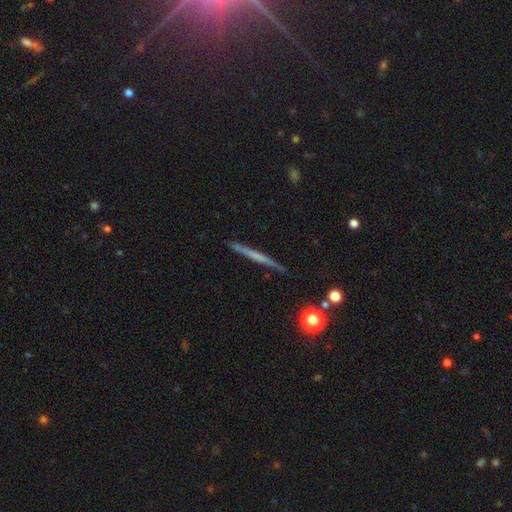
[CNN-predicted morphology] A featured or disk galaxy (50%) viewed edge-on (97%). Merging: none (88%).